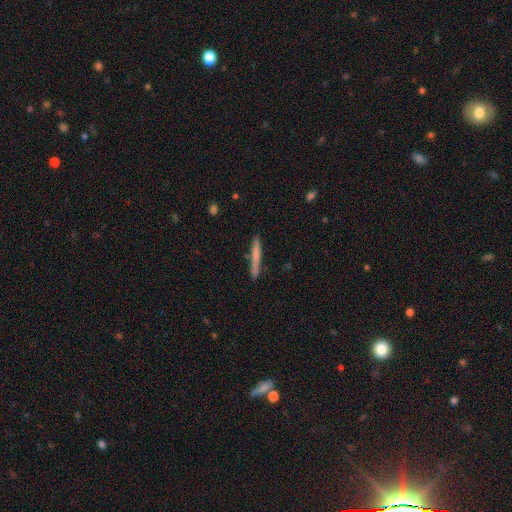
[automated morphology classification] Smooth or featured: smooth — 67% (featured or disk — 27%)
How rounded: cigar-shaped — 96% (in between — 2%)
Merging: none — 87% (minor disturbance — 9%)